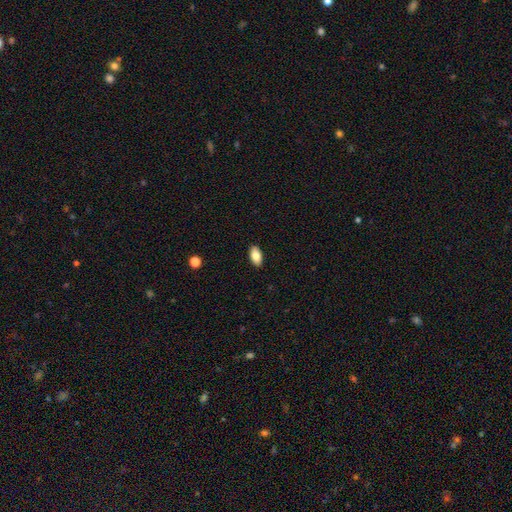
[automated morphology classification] A smooth galaxy with no disk features (83%) that is in between round and cigar-shaped (92%).

Vote fractions:
- Smooth or featured? smooth: 83% / featured or disk: 9% / star or artifact: 7%
- How rounded? in between: 92% / cigar-shaped: 4% / round: 3%
- Merging? none: 90% / minor disturbance: 7% / major disturbance: 2% / merger: 1%